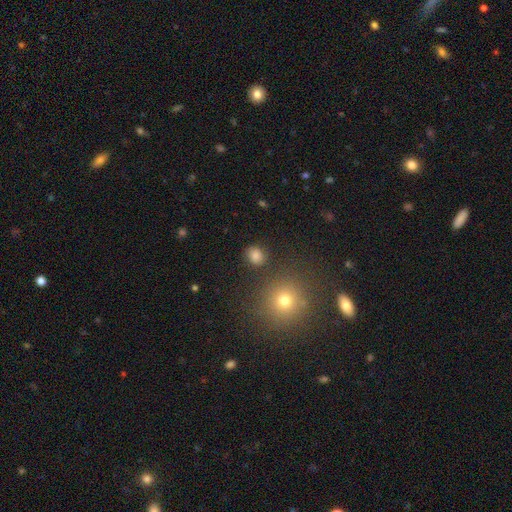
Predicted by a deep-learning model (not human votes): Smooth or featured? Predicted: smooth (p=0.81). How rounded? Predicted: round (p=0.70). Merging? Predicted: none (p=0.84).